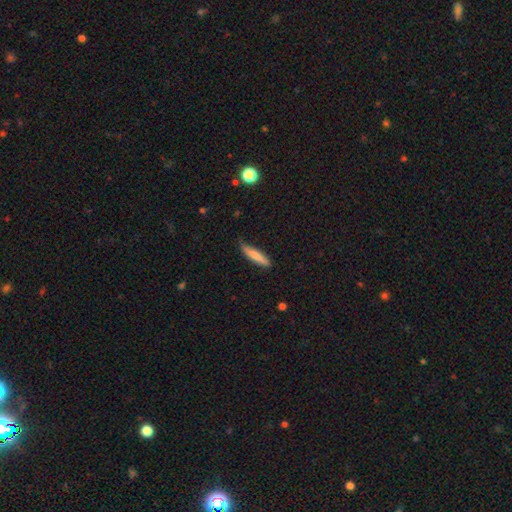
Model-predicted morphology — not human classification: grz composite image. It shows a smooth galaxy with no disk features (78%) that is cigar-shaped (84%). Merging: none (73%).